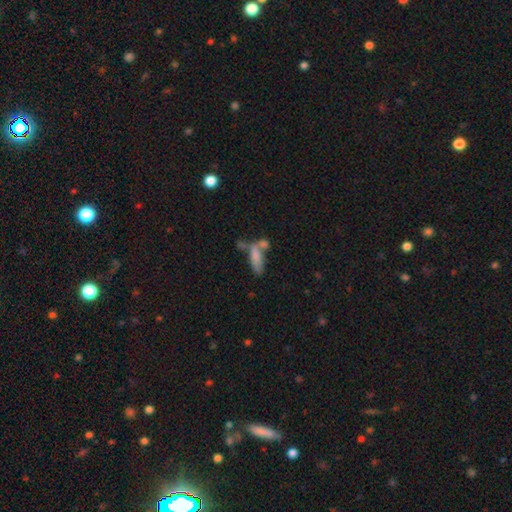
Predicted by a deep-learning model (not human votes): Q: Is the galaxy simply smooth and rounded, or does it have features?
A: smooth — 72%.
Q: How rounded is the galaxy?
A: in between — 56%.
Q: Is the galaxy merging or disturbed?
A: merger — 48%.